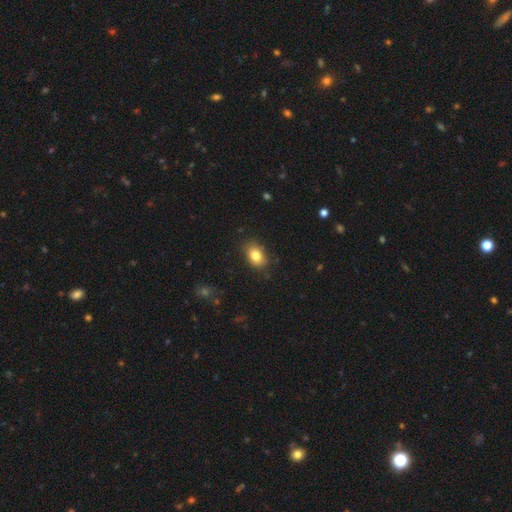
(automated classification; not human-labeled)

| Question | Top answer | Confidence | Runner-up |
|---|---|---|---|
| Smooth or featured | smooth | 82% | featured or disk (9%) |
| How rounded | in between | 80% | round (18%) |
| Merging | none | 82% | minor disturbance (13%) |